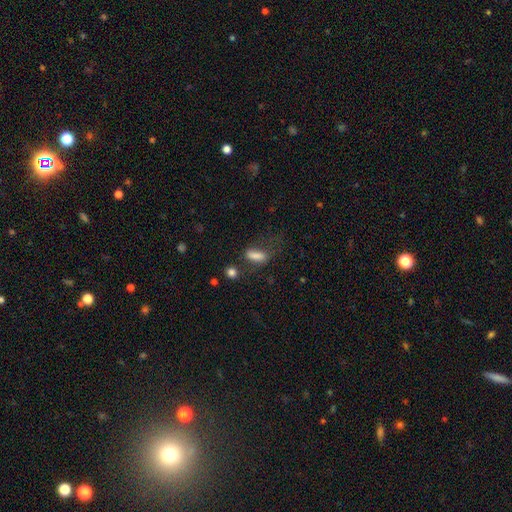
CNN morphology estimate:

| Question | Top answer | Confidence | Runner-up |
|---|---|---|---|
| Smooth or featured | smooth | 77% | star or artifact (12%) |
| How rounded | in between | 64% | cigar-shaped (30%) |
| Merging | none | 44% | minor disturbance (25%) |